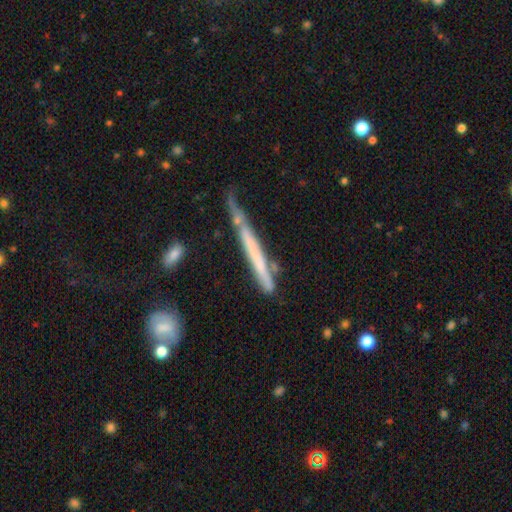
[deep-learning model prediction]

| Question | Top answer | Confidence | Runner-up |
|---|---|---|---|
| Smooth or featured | featured or disk | 49% | smooth (43%) |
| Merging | none | 56% | minor disturbance (27%) |